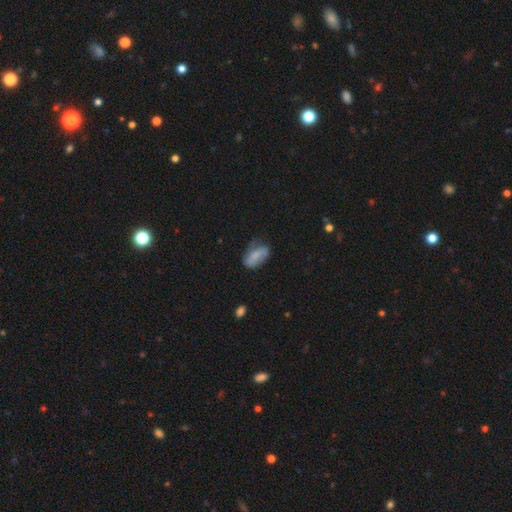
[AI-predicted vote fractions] A smooth galaxy with no disk features (66%) that is in between round and cigar-shaped (86%).

Vote fractions:
- Smooth or featured? smooth: 66% / featured or disk: 26% / star or artifact: 8%
- How rounded? in between: 86% / cigar-shaped: 9% / round: 5%
- Merging? none: 51% / minor disturbance: 34% / major disturbance: 13% / merger: 3%